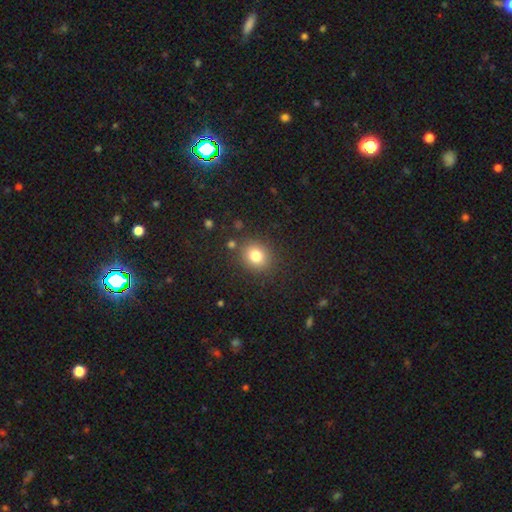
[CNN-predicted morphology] A smooth galaxy with no disk features (80%) that is round (71%).

Vote fractions:
- Smooth or featured? smooth: 80% / star or artifact: 12% / featured or disk: 7%
- How rounded? round: 71% / in between: 28% / cigar-shaped: 1%
- Merging? none: 85% / minor disturbance: 9% / major disturbance: 3% / merger: 3%